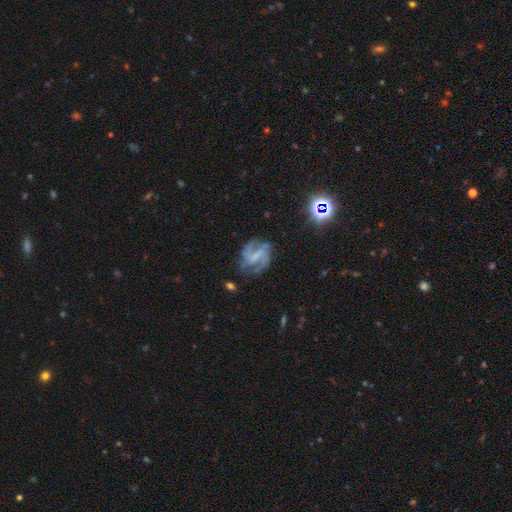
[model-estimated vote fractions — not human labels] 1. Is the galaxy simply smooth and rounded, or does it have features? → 82% featured or disk, 10% smooth, 8% star or artifact.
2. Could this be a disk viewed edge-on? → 98% no, 2% yes.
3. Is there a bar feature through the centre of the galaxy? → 44% weak, 36% strong, 20% no.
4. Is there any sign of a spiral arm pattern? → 93% yes, 7% no.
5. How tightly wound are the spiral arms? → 49% medium, 28% loose, 23% tight.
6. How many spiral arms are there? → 62% 2, 16% 3, 12% can't tell, 4% 1, 3% 4, 3% more than 4.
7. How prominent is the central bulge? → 51% none, 28% small, 16% moderate, 3% large, 1% dominant.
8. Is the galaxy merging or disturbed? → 65% none, 19% minor disturbance, 13% major disturbance, 3% merger.